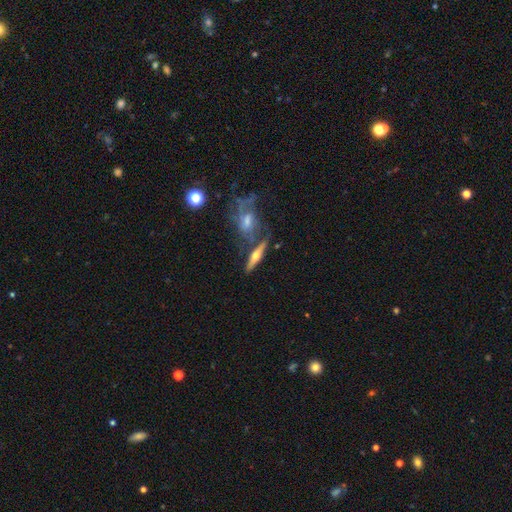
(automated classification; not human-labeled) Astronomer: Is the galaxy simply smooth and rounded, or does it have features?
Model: featured or disk — 64%.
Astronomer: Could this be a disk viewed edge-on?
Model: yes — 90%.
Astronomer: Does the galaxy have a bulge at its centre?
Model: rounded — 93%.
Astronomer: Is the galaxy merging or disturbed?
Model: none — 65%.